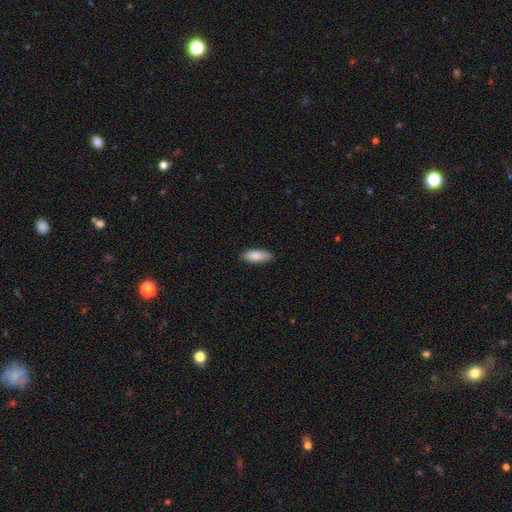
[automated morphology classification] The model was most divided on "how rounded": in between: 74%, cigar-shaped: 24%, round: 2%. More confident: merging — none (88%); smooth or featured — smooth (85%).